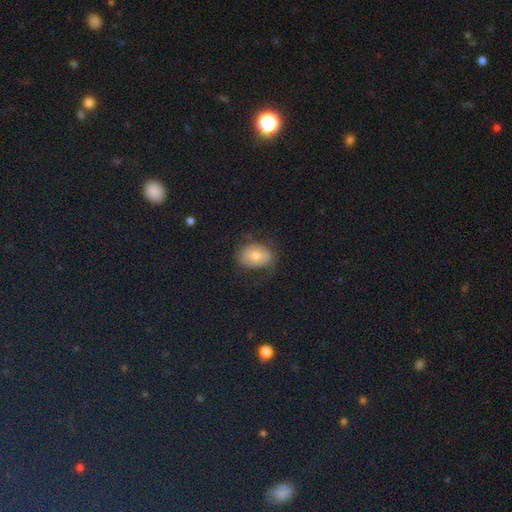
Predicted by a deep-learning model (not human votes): The model was most divided on "smooth or featured": smooth: 55%, featured or disk: 33%, star or artifact: 12%. More confident: merging — none (68%); how rounded — in between (65%).